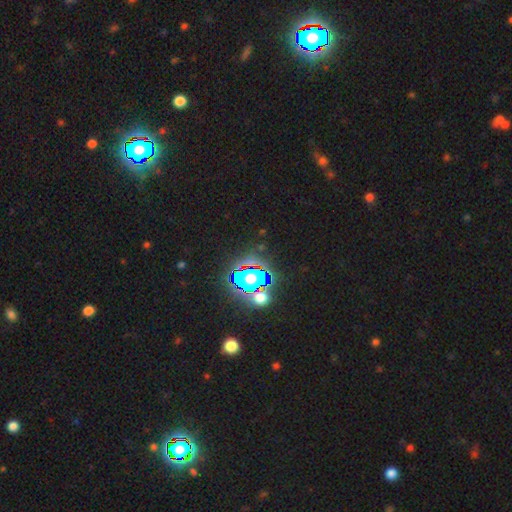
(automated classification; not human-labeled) A star or artifact, not a galaxy (79%).